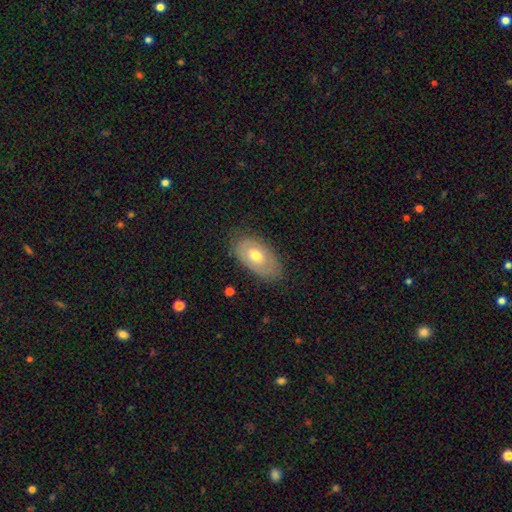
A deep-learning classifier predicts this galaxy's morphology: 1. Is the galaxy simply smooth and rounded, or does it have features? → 61% smooth, 33% featured or disk, 7% star or artifact.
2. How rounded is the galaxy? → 92% in between, 6% round, 2% cigar-shaped.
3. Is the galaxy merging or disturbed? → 76% none, 18% minor disturbance, 5% major disturbance, 1% merger.